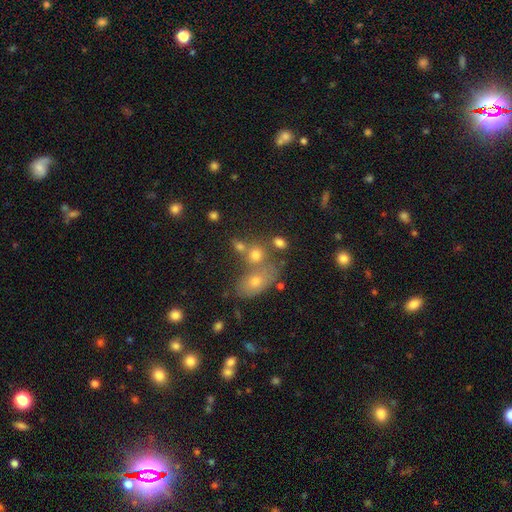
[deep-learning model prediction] The model was most divided on "how rounded": round: 51%, in between: 46%, cigar-shaped: 4%. Remaining: smooth or featured — smooth (60%); merging — none (50%).